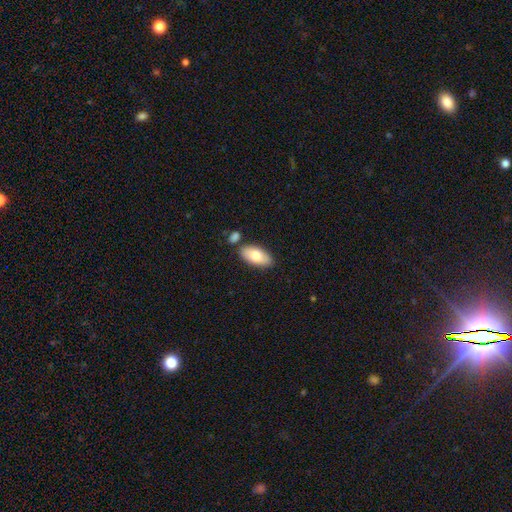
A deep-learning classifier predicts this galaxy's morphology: smooth 76%, featured or disk 18%, star or artifact 6%. Down the decision tree: how rounded — in between (92%); merging — none (77%).